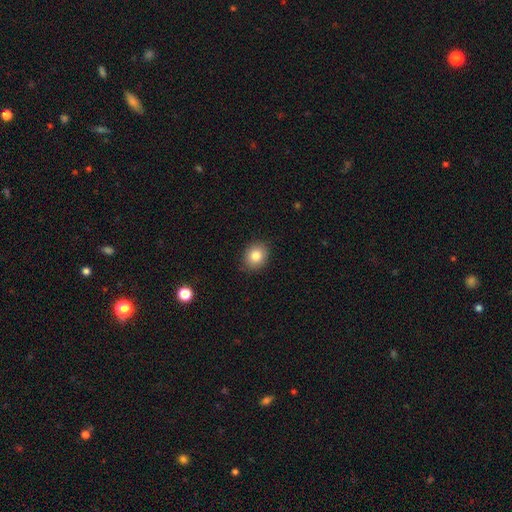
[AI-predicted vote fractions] Smooth or featured?
  - smooth: 82% *
  - star or artifact: 10%
  - featured or disk: 8%
How rounded?
  - round: 64% *
  - in between: 35%
  - cigar-shaped: 1%
Merging?
  - none: 87% *
  - minor disturbance: 10%
  - major disturbance: 2%
  - merger: 1%